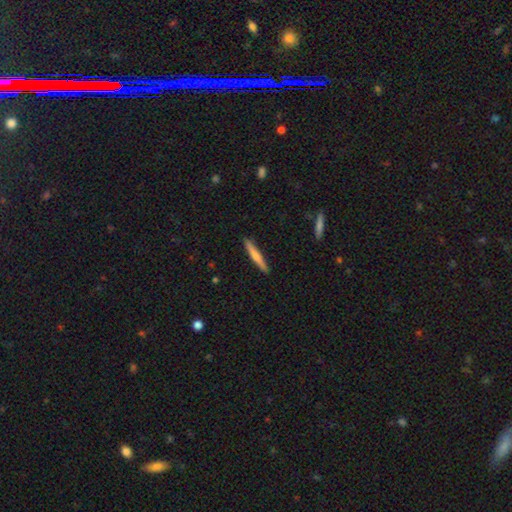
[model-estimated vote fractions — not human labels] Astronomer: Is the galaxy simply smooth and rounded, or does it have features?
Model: smooth — 63%.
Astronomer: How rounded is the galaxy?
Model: cigar-shaped — 95%.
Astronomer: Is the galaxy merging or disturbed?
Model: none — 91%.